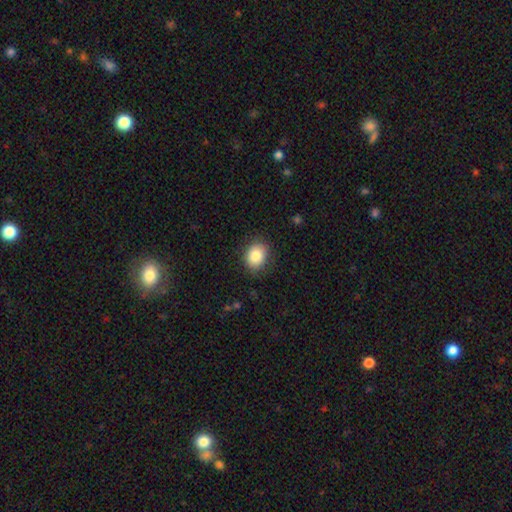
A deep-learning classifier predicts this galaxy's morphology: smooth_or_featured: smooth (p=0.84) [alt: star or artifact p=0.09]
how_rounded: round (p=0.52) [alt: in between p=0.47]
merging: none (p=0.85) [alt: minor disturbance p=0.12]